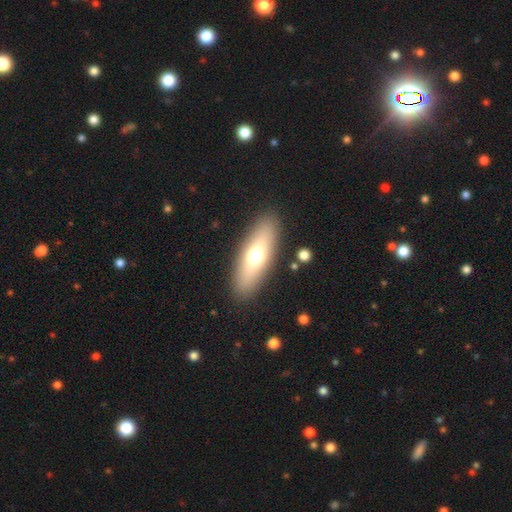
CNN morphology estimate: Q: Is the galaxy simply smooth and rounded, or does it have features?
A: smooth — 64%.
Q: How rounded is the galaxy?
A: in between — 63%.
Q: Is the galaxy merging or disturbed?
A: none — 87%.